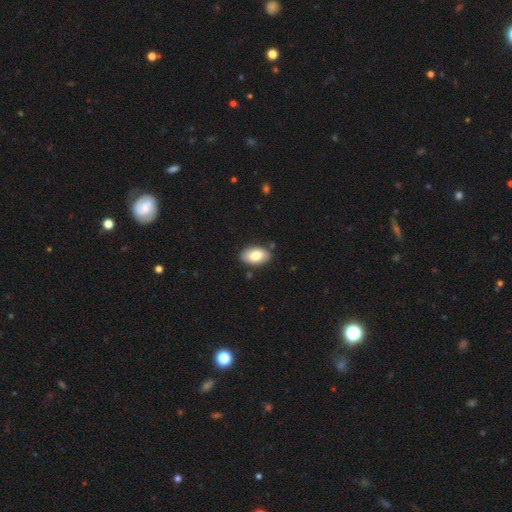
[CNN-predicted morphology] A smooth galaxy with no disk features (80%) that is in between round and cigar-shaped (93%). Merging: none (83%).